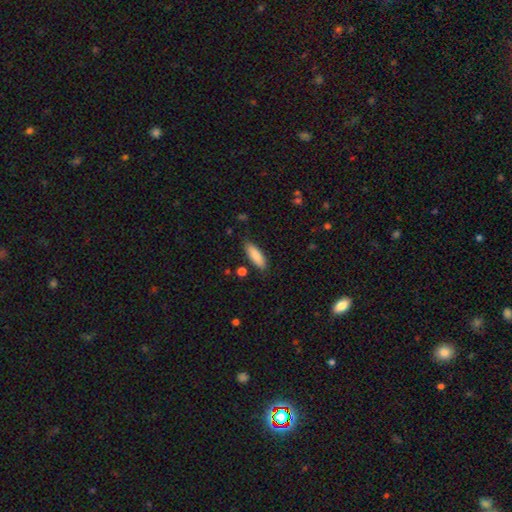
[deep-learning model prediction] The model was most divided on "how rounded": in between: 57%, cigar-shaped: 42%, round: 2%. More confident: smooth or featured — smooth (86%); merging — none (84%).